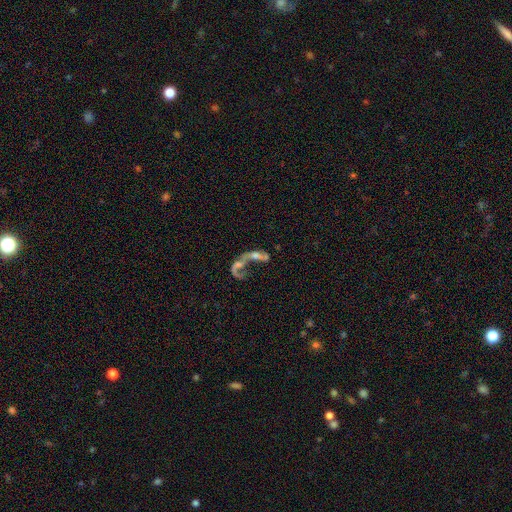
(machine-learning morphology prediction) Smooth or featured?
  - featured or disk: 61% *
  - smooth: 26%
  - star or artifact: 13%
Edge-on disk?
  - no: 92% *
  - yes: 8%
Bar?
  - no: 72% *
  - weak: 20%
  - strong: 7%
Spiral arms?
  - no: 52% *
  - yes: 48%
Bulge size?
  - none: 37% *
  - small: 27%
  - moderate: 27%
  - large: 7%
  - dominant: 3%
Merging?
  - merger: 66% *
  - major disturbance: 20%
  - none: 10%
  - minor disturbance: 5%